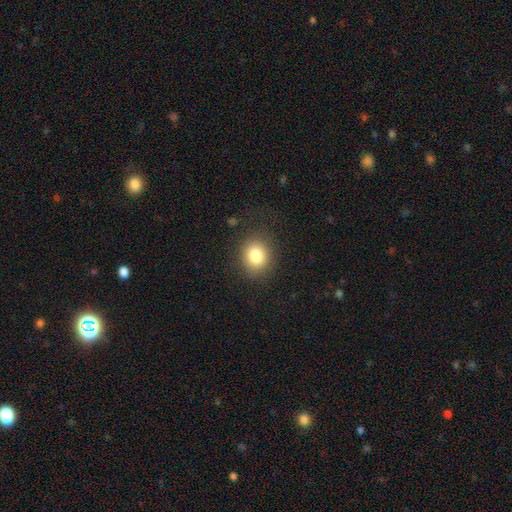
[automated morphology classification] Smooth or featured? smooth (81%)
How rounded? round (69%)
Merging? none (85%)